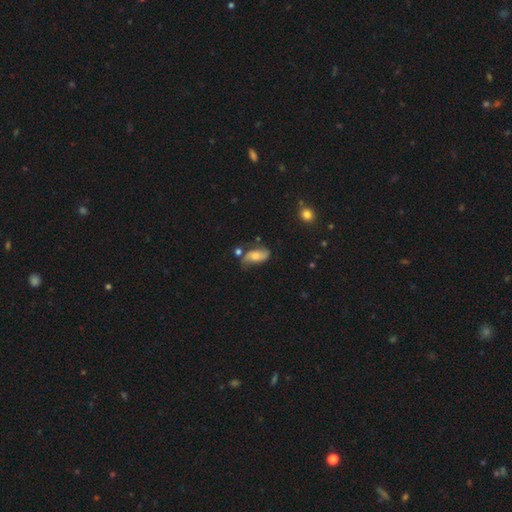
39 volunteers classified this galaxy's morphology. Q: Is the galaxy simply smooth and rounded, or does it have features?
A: smooth — 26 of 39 (67%).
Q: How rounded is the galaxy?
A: in between — 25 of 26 (96%).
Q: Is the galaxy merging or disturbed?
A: none — 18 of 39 (46%).